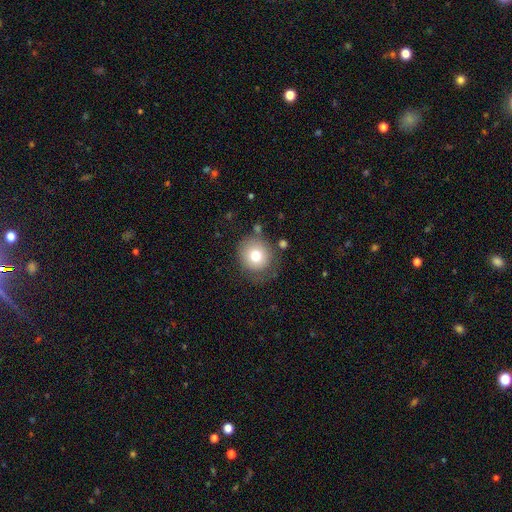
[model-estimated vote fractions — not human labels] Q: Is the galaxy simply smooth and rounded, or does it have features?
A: smooth — 75%.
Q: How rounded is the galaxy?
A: round — 90%.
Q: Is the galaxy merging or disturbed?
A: none — 74%.